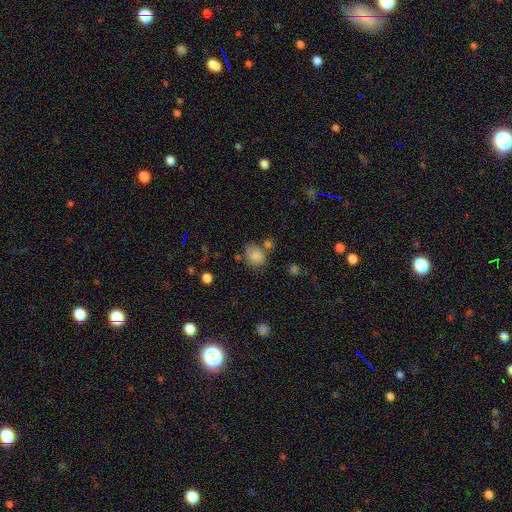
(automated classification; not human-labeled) This appears to be a smooth galaxy with no disk features (83%) that is round (58%). Merging: none (64%).